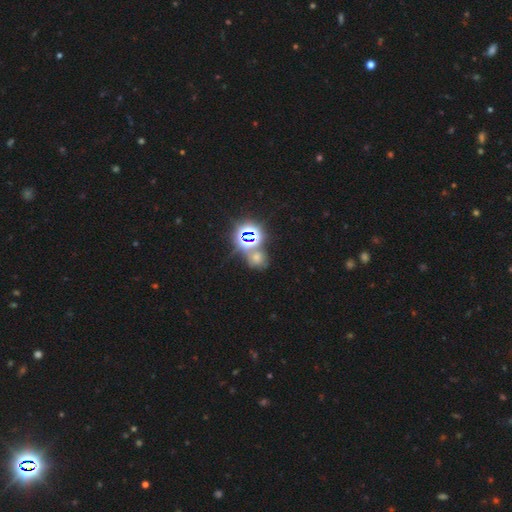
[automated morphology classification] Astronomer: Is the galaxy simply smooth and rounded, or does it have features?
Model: star or artifact — 54% (runner-up: smooth, 36%).